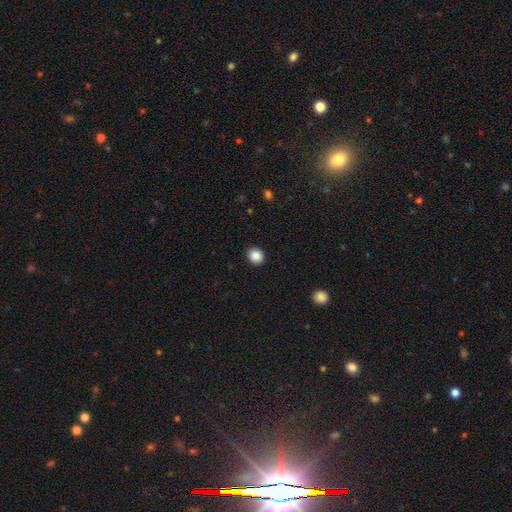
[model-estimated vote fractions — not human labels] The model was most divided on "how rounded": round: 71%, in between: 28%, cigar-shaped: 1%. More confident: merging — none (91%); smooth or featured — smooth (88%).